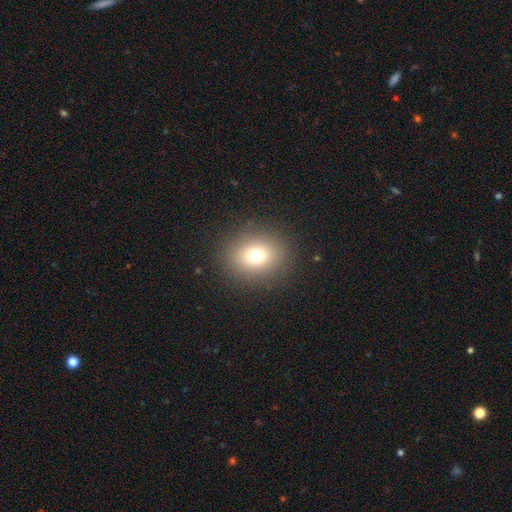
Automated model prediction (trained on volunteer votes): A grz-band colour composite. It shows a smooth galaxy with no disk features (73%) that is round (70%). Merging: none (88%).